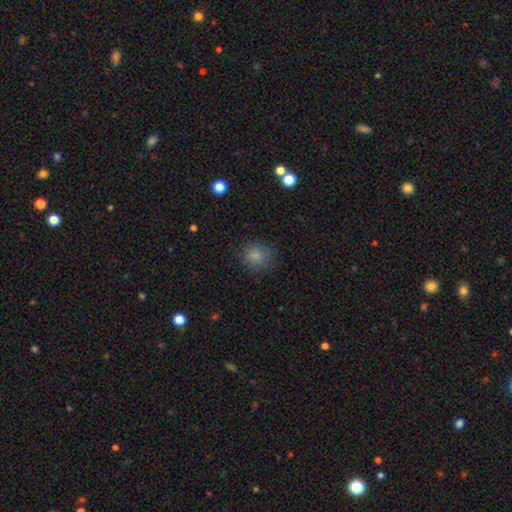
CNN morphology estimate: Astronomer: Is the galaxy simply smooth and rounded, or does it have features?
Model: smooth — 82%.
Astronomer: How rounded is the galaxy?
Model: round — 75%.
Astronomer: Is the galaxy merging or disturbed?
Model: none — 80%.